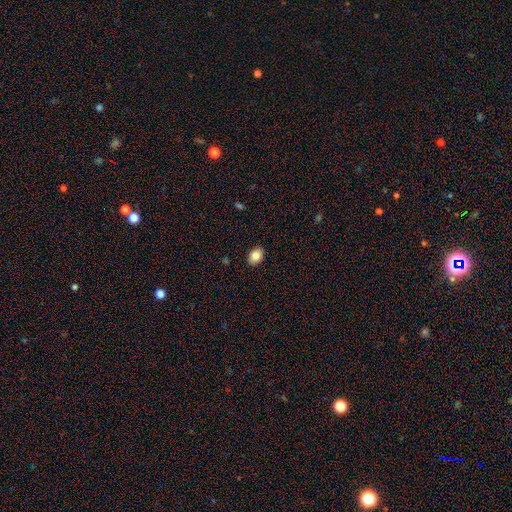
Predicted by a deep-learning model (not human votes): smooth 84%, star or artifact 8%, featured or disk 8%. Down the decision tree: how rounded — in between (72%); merging — none (89%).